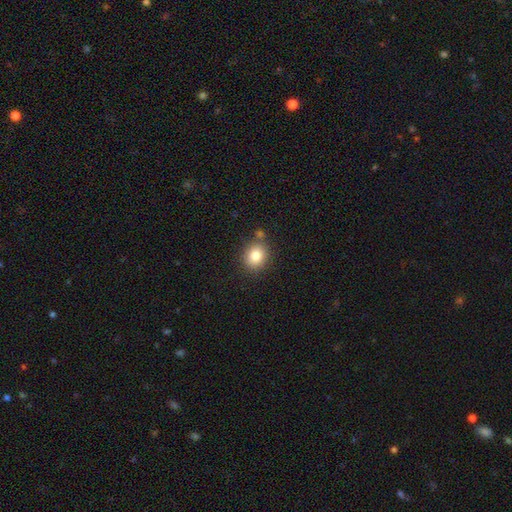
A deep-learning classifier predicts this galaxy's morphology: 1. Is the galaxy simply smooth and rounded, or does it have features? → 81% smooth, 11% star or artifact, 8% featured or disk.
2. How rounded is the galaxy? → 70% round, 29% in between, 1% cigar-shaped.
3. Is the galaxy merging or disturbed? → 78% none, 11% minor disturbance, 8% merger, 3% major disturbance.